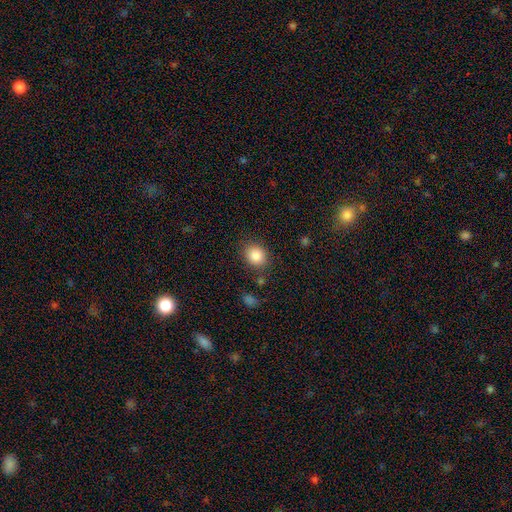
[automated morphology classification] Smooth or featured? Predicted: smooth (p=0.86). How rounded? Predicted: round (p=0.64). Merging? Predicted: none (p=0.83).